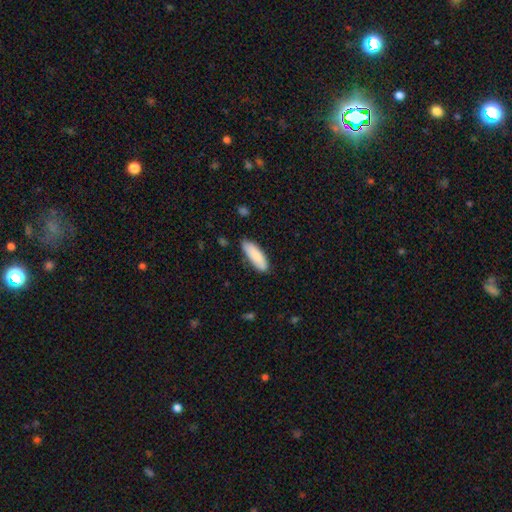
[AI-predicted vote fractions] The model was most divided on "how rounded": in between: 62%, cigar-shaped: 37%, round: 2%. More confident: smooth or featured — smooth (85%); merging — none (82%).